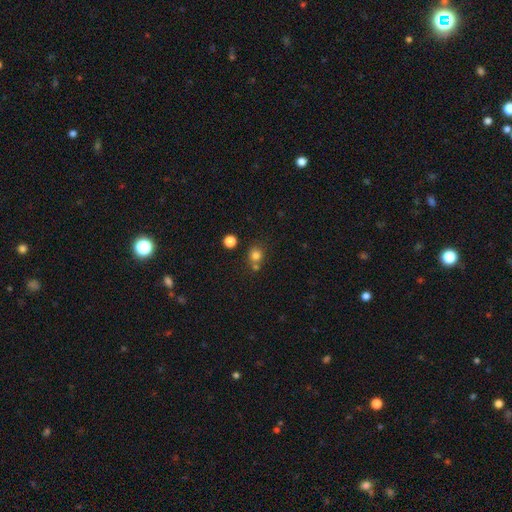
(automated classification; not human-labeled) Q: Smooth or featured?
A: smooth (79%); runner-up: star or artifact (15%)
Q: How rounded?
A: round (84%); runner-up: in between (15%)
Q: Merging?
A: none (62%); runner-up: merger (25%)